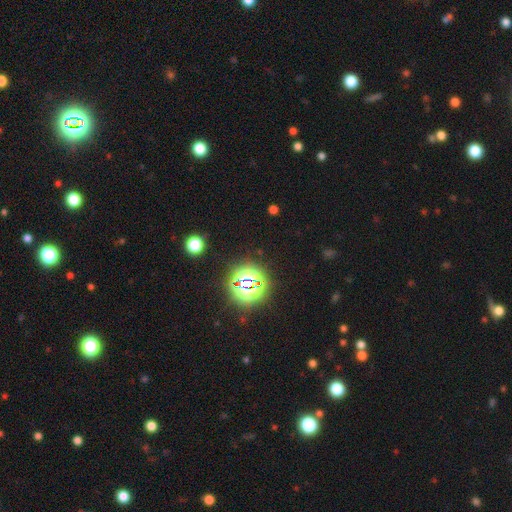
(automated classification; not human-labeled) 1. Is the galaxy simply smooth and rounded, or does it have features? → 78% star or artifact, 15% smooth, 6% featured or disk.